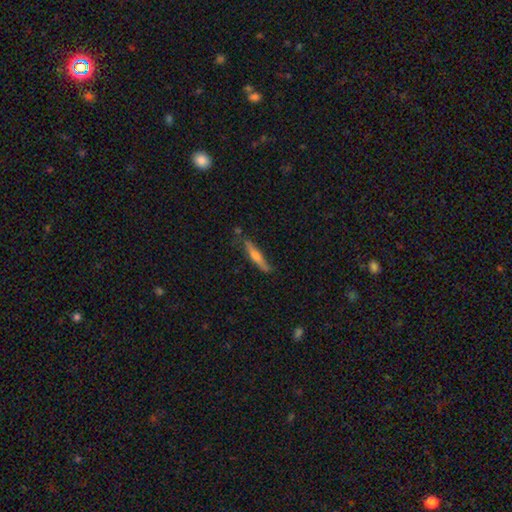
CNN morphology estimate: Smooth or featured: featured or disk — 51% (smooth — 42%)
Edge-on disk: yes — 93% (no — 7%)
Merging: none — 77% (minor disturbance — 17%)